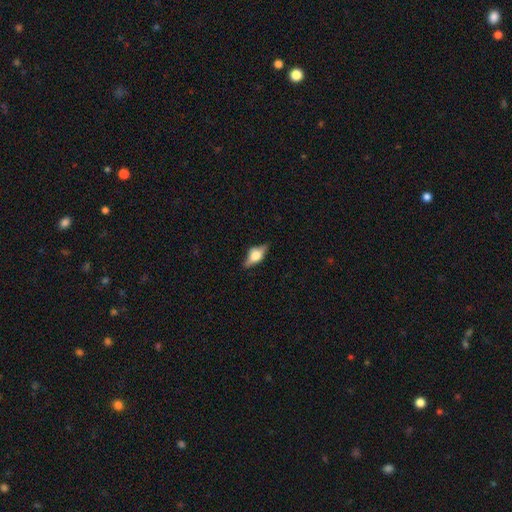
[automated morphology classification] smooth_or_featured: featured or disk (p=0.61) [alt: smooth p=0.31]
disk_edge_on: yes (p=0.94) [alt: no p=0.06]
edge_on_bulge: rounded (p=0.91) [alt: boxy p=0.08]
merging: none (p=0.82) [alt: minor disturbance p=0.14]